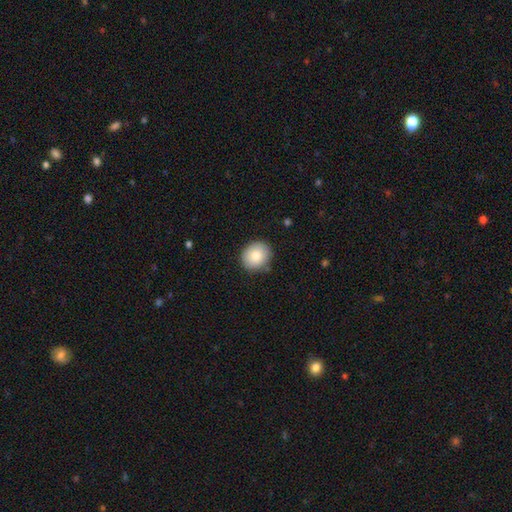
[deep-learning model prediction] Q: Smooth or featured?
A: smooth (83%); runner-up: featured or disk (9%)
Q: How rounded?
A: round (69%); runner-up: in between (30%)
Q: Merging?
A: none (86%); runner-up: minor disturbance (11%)